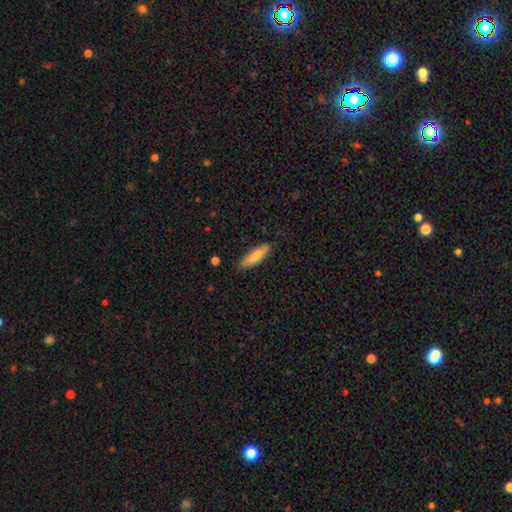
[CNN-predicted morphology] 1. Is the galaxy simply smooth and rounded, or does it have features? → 82% smooth, 13% featured or disk, 6% star or artifact.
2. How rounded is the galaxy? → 61% cigar-shaped, 38% in between, 1% round.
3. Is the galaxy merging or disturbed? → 81% none, 15% minor disturbance, 2% major disturbance, 1% merger.